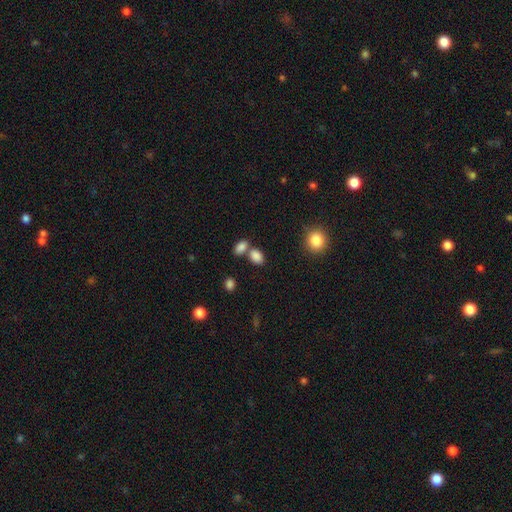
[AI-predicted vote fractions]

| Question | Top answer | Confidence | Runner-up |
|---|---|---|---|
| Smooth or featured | smooth | 85% | star or artifact (10%) |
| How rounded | in between | 82% | round (16%) |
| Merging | none | 50% | merger (35%) |